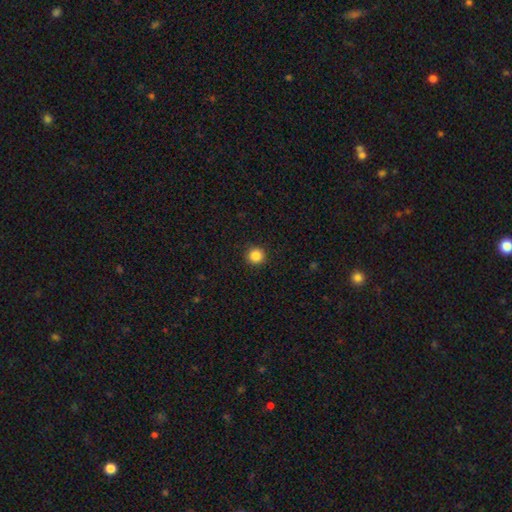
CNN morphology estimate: A smooth galaxy with no disk features (85%) that is round (95%).

Vote fractions:
- Smooth or featured? smooth: 85% / star or artifact: 11% / featured or disk: 4%
- How rounded? round: 95% / in between: 4% / cigar-shaped: 1%
- Merging? none: 92% / minor disturbance: 5% / major disturbance: 2% / merger: 1%